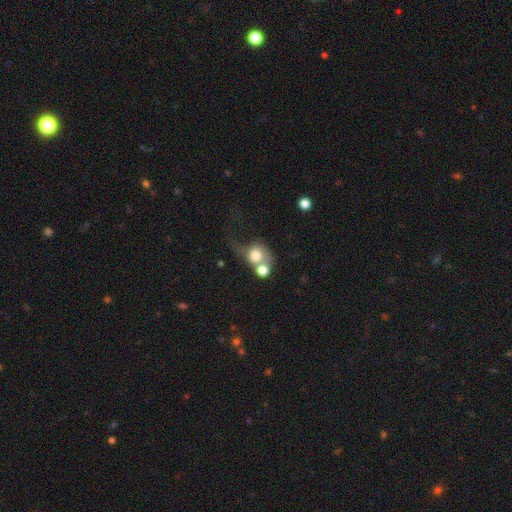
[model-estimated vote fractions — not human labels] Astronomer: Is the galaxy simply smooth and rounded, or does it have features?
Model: smooth — 70%.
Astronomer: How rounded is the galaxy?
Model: round — 73%.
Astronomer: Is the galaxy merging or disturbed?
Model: merger — 49%.